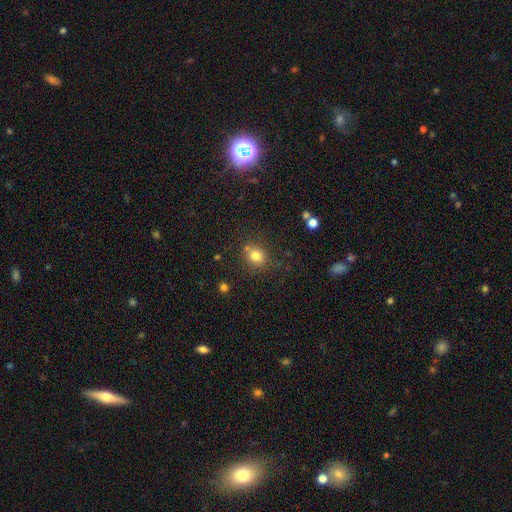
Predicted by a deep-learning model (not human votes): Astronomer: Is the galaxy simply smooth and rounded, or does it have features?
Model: smooth — 79%.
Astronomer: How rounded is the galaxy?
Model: round — 78%.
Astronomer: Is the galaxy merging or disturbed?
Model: none — 73%.